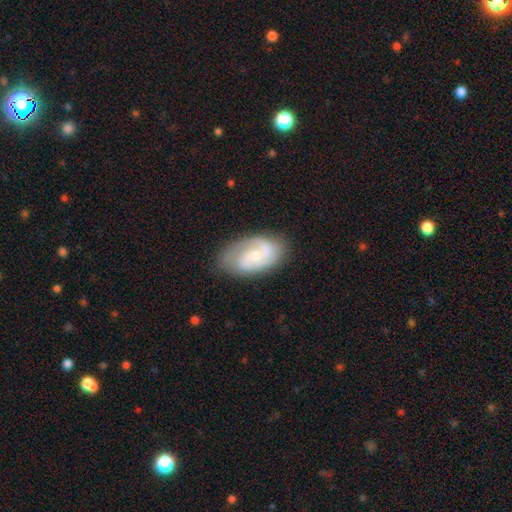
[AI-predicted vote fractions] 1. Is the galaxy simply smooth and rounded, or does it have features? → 78% featured or disk, 16% smooth, 6% star or artifact.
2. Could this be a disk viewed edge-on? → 96% no, 4% yes.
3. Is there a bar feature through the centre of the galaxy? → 47% no, 43% weak, 9% strong.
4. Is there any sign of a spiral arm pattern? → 94% yes, 6% no.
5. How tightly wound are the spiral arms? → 48% medium, 29% tight, 23% loose.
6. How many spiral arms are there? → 79% 2, 9% can't tell, 6% 1, 4% 3, 1% 4, 1% more than 4.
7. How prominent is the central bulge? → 60% small, 35% moderate, 3% none, 2% large, 1% dominant.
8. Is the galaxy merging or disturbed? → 75% none, 18% minor disturbance, 6% major disturbance, 1% merger.